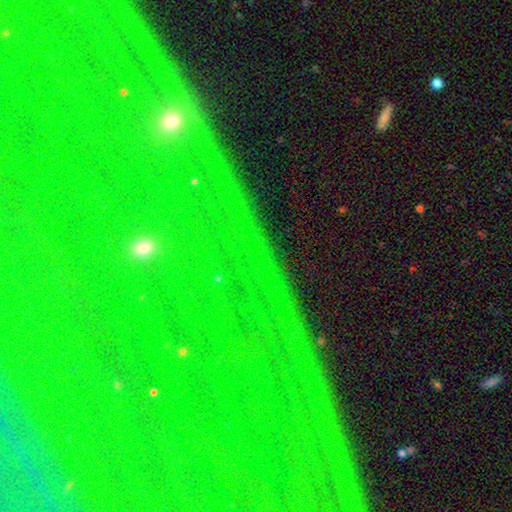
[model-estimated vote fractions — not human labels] star or artifact 78%, featured or disk 12%, smooth 11%.